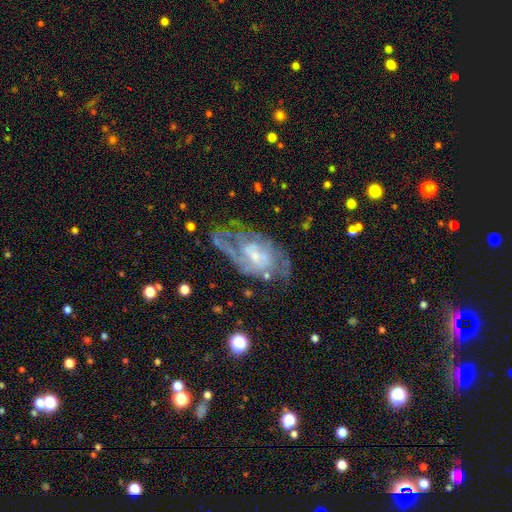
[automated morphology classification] Smooth or featured: featured or disk — 78% (smooth — 14%)
Edge-on disk: no — 96% (yes — 4%)
Bar: no — 56% (weak — 36%)
Spiral arms: yes — 77% (no — 23%)
Spiral winding: tight — 40% (medium — 39%)
Spiral arm count: can't tell — 46% (2 — 29%)
Bulge size: small — 59% (moderate — 28%)
Merging: none — 47% (major disturbance — 25%)